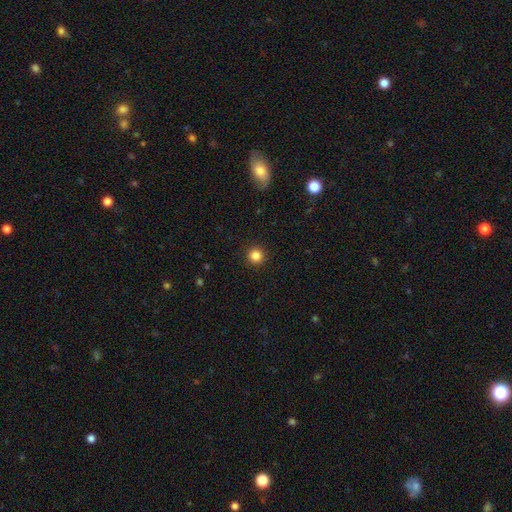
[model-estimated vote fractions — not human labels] Smooth or featured? smooth (84%)
How rounded? round (96%)
Merging? none (93%)